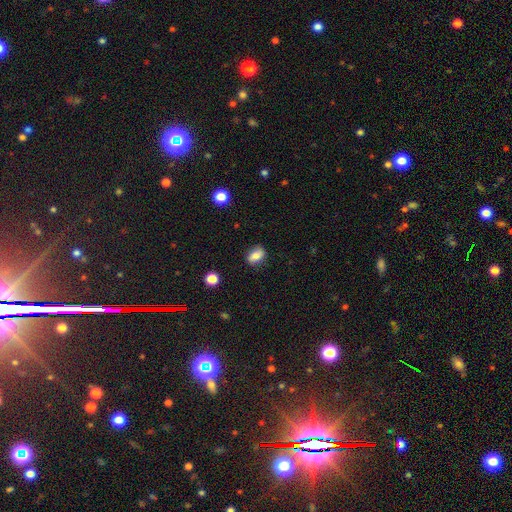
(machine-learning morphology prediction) Overall: smooth (73%). How rounded: in between (76%). Merging: none (80%).